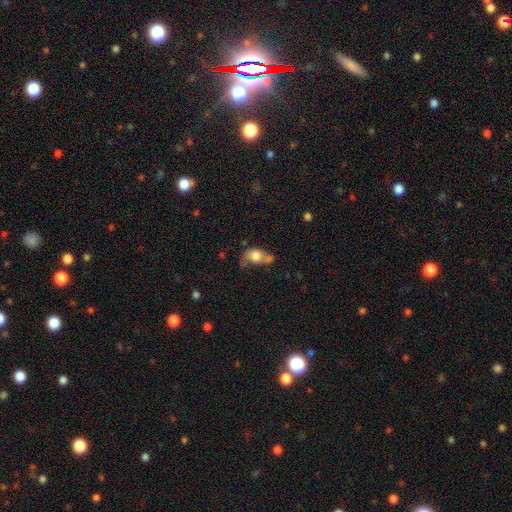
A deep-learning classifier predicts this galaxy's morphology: Smooth or featured? Predicted: smooth (p=0.69). How rounded? Predicted: in between (p=0.64). Merging? Predicted: merger (p=0.31).